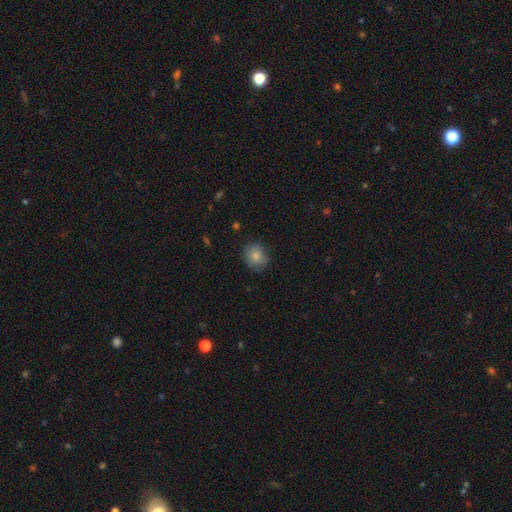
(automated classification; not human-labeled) A smooth galaxy with no disk features (82%) that is round (75%). Merging: none (80%).